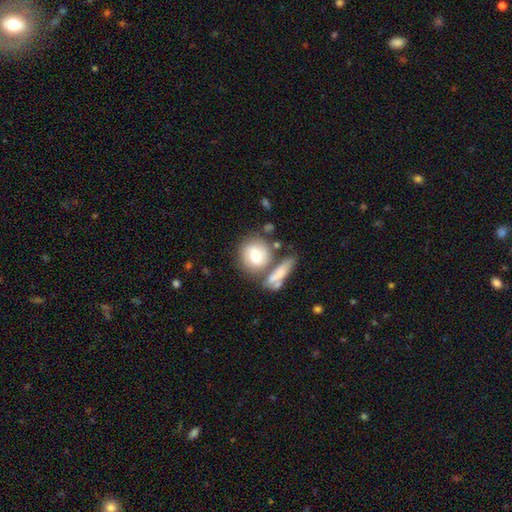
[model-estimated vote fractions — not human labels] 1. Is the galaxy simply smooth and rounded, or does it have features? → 64% smooth, 30% featured or disk, 7% star or artifact.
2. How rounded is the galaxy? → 77% round, 20% in between, 2% cigar-shaped.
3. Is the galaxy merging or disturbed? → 46% none, 33% merger, 14% minor disturbance, 6% major disturbance.